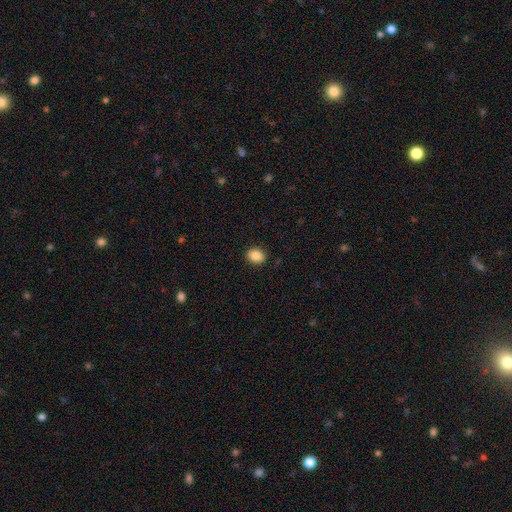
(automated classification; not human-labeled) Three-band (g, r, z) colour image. It shows a smooth galaxy with no disk features (87%) that is round (52%). Merging: none (90%).